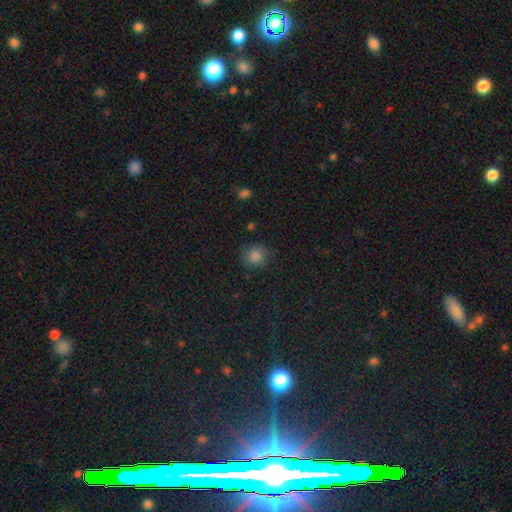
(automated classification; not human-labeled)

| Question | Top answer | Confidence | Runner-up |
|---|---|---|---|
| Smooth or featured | smooth | 82% | star or artifact (13%) |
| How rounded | round | 86% | in between (13%) |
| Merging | none | 80% | minor disturbance (14%) |